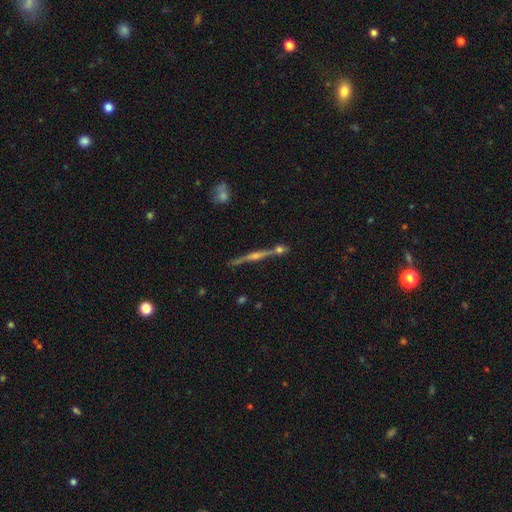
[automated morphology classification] featured or disk 67%, smooth 19%, star or artifact 14%. Down the decision tree: edge-on disk — yes (92%); edge-on bulge — rounded (78%); merging — none (74%).